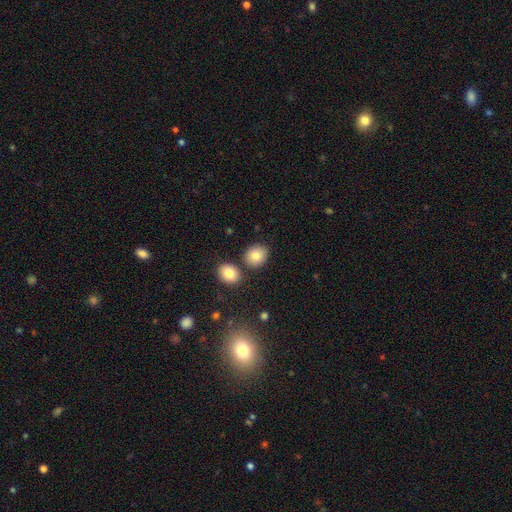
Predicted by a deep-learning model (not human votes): smooth_or_featured: smooth (p=0.83) [alt: star or artifact p=0.09]
how_rounded: round (p=0.66) [alt: in between p=0.33]
merging: none (p=0.77) [alt: merger p=0.12]